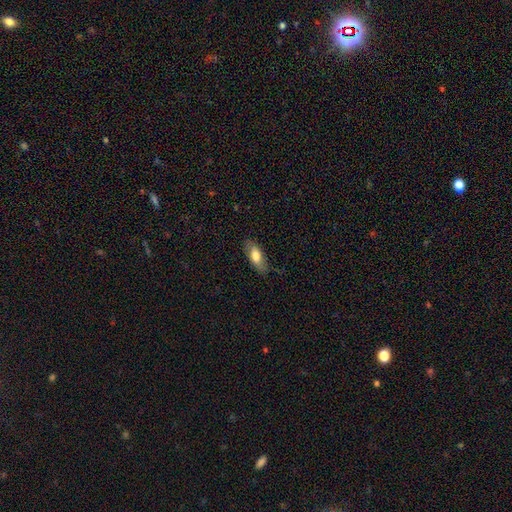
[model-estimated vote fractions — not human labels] smooth_or_featured: smooth (p=0.72) [alt: featured or disk p=0.22]
how_rounded: in between (p=0.76) [alt: cigar-shaped p=0.21]
merging: none (p=0.74) [alt: minor disturbance p=0.20]